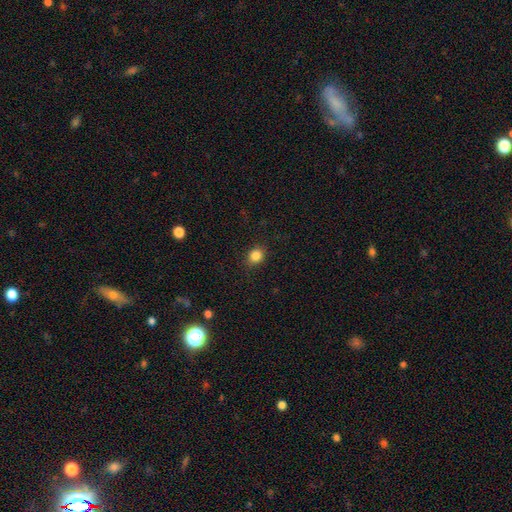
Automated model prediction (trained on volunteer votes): The model was most divided on "how rounded": round: 68%, in between: 31%, cigar-shaped: 1%. More confident: merging — none (87%); smooth or featured — smooth (85%).